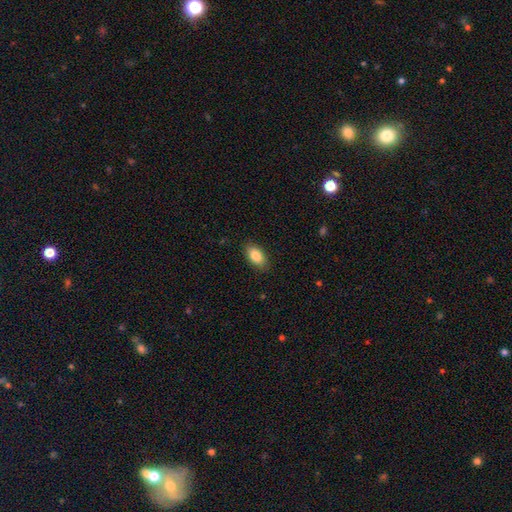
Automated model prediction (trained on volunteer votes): smooth-or-featured: smooth: 85% | featured or disk: 8% | star or artifact: 7%
  how-rounded: in between: 92% | round: 5% | cigar-shaped: 3%
  merging: none: 88% | minor disturbance: 9% | major disturbance: 2% | merger: 1%